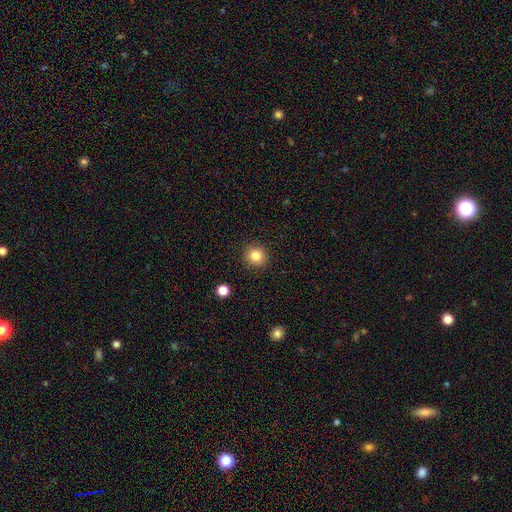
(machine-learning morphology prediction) Smooth or featured? smooth (83%)
How rounded? round (92%)
Merging? none (92%)